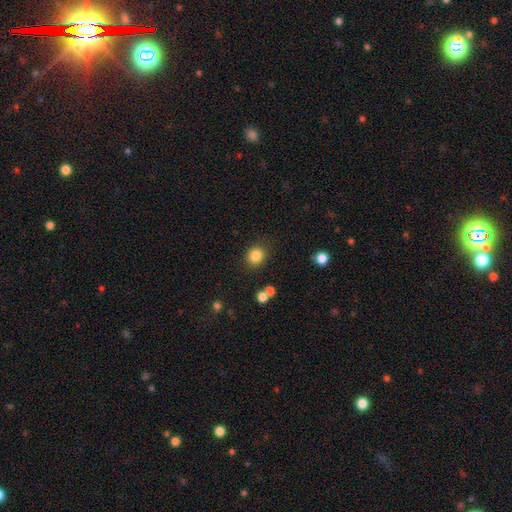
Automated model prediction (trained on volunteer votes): Smooth or featured? Predicted: smooth (p=0.84). How rounded? Predicted: round (p=0.81). Merging? Predicted: none (p=0.84).